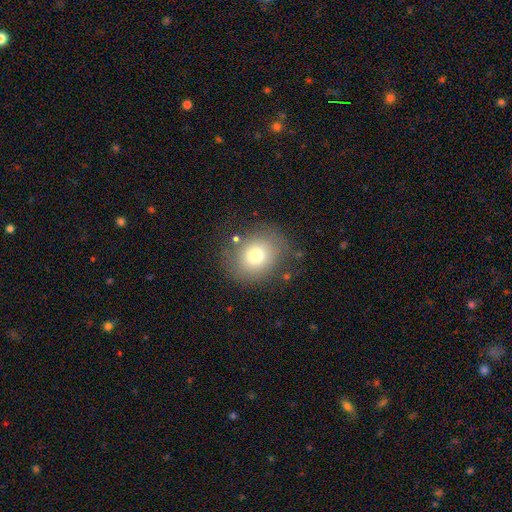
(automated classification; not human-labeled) A smooth galaxy with no disk features (73%) that is round (67%). Merging: none (74%).